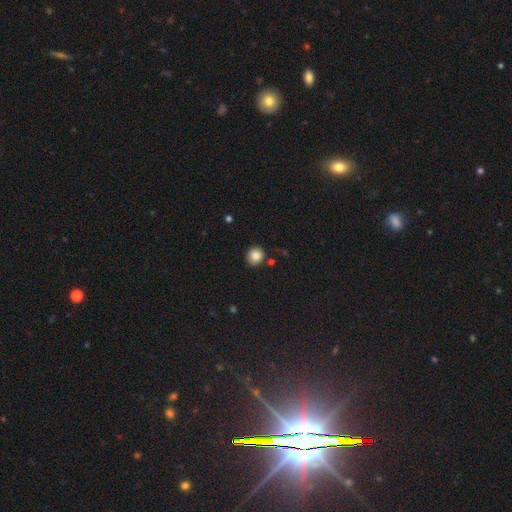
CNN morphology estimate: The model was most divided on "smooth or featured": smooth: 86%, star or artifact: 10%, featured or disk: 4%. More confident: how rounded — round (89%); merging — none (86%).